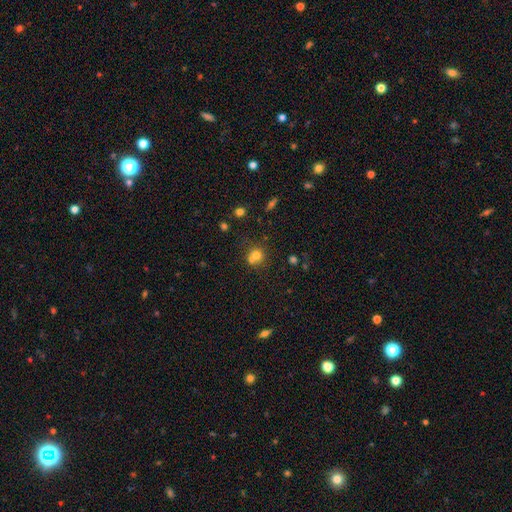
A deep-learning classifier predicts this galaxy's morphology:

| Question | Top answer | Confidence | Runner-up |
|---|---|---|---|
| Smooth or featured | smooth | 71% | star or artifact (15%) |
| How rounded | round | 80% | in between (19%) |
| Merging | merger | 45% | none (41%) |